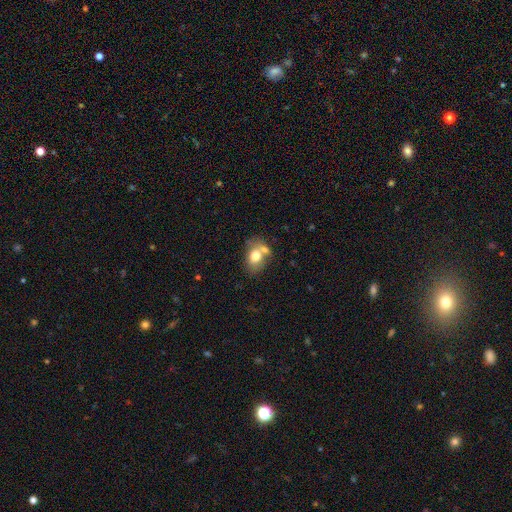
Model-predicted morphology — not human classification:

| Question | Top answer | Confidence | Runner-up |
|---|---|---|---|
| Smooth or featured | smooth | 72% | featured or disk (19%) |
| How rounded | in between | 71% | round (28%) |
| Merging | none | 42% | merger (36%) |